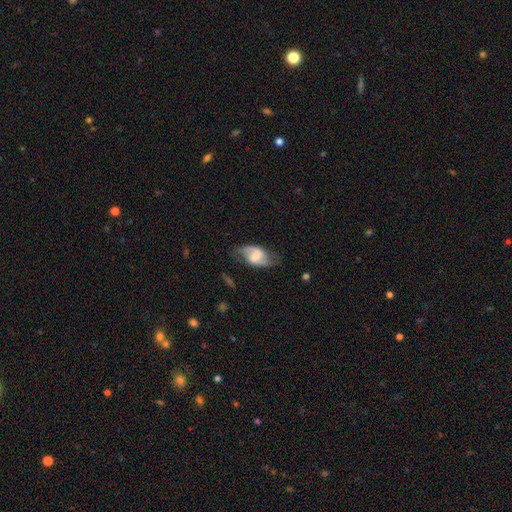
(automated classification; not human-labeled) The model was most divided on "bulge size": moderate: 27%, none: 25%, small: 24%, large: 20%, dominant: 4%. Remaining: edge-on disk — no (95%); spiral arm count — 2 (88%); spiral arms — yes (87%); smooth or featured — featured or disk (68%); merging — none (65%); spiral winding — loose (53%); bar — weak (46%).